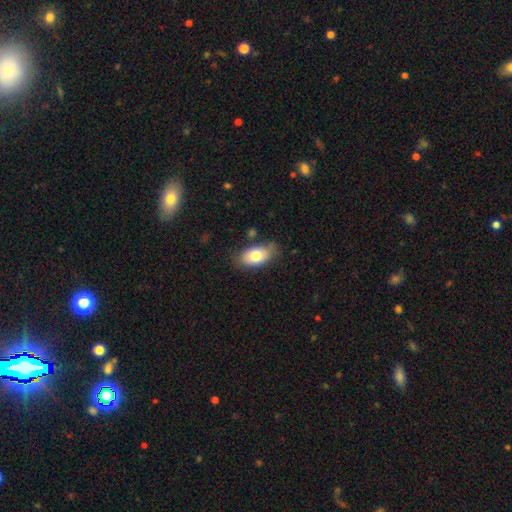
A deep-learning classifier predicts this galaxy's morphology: Overall: smooth (76%). How rounded: in between (91%). Merging: none (71%).